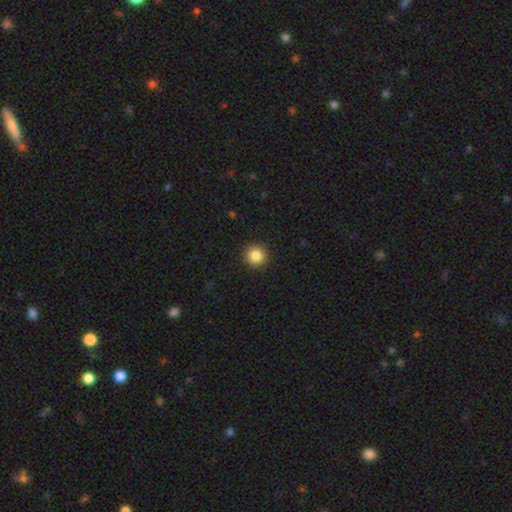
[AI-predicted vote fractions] This is clearly a smooth galaxy (85%). How rounded: clearly round (95%). Merging: clearly none (92%).